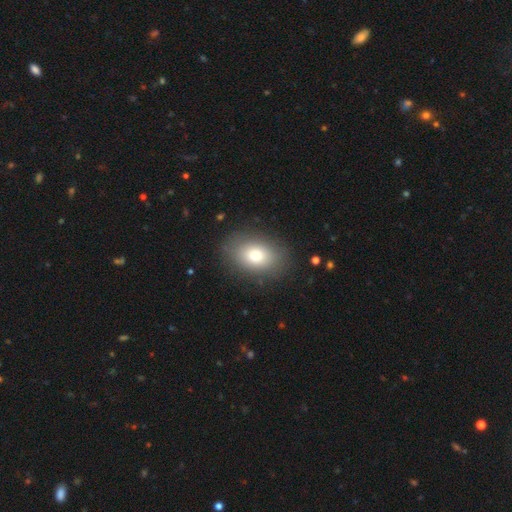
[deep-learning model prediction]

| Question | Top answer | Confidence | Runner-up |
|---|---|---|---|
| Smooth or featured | smooth | 77% | featured or disk (13%) |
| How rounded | in between | 74% | round (25%) |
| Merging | none | 86% | minor disturbance (9%) |